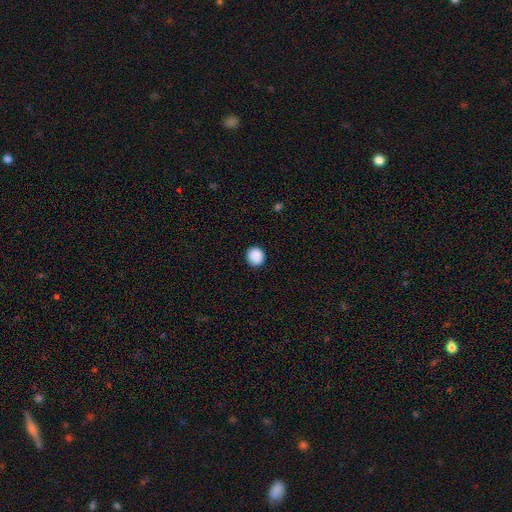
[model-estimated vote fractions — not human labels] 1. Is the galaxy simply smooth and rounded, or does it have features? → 88% smooth, 9% star or artifact, 4% featured or disk.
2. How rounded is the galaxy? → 90% round, 9% in between, 1% cigar-shaped.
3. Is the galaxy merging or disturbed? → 88% none, 9% minor disturbance, 2% major disturbance, 1% merger.